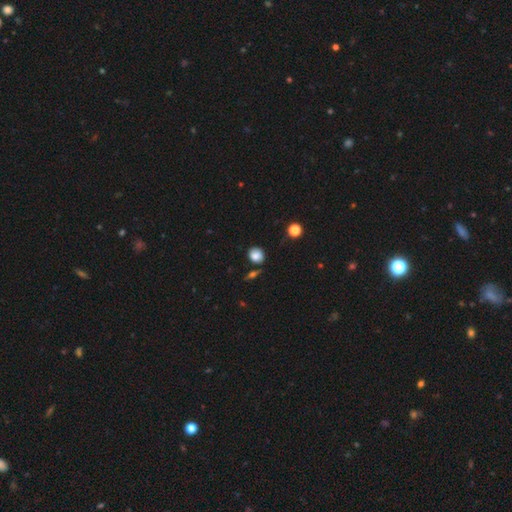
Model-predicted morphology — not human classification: smooth_or_featured: smooth (p=0.83) [alt: star or artifact p=0.10]
how_rounded: round (p=0.67) [alt: in between p=0.32]
merging: none (p=0.75) [alt: minor disturbance p=0.15]